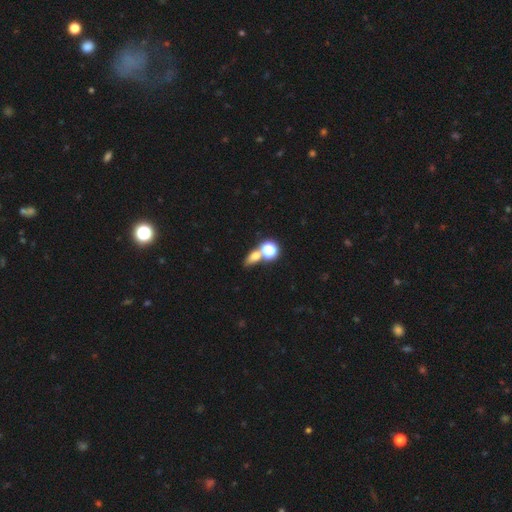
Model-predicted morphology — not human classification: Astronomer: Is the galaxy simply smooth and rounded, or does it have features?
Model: smooth — 62%.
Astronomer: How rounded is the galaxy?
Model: in between — 52% (runner-up: round, 37%).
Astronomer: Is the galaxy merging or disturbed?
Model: none — 50% (runner-up: merger, 34%).